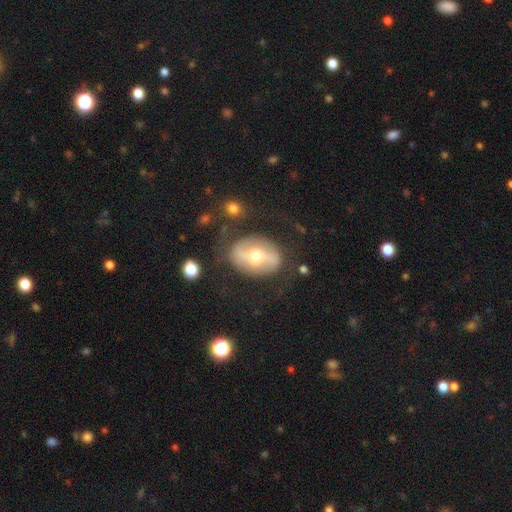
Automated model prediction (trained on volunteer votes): Smooth or featured: featured or disk — 69% (smooth — 25%)
Edge-on disk: no — 94% (yes — 6%)
Bar: strong — 45% (weak — 33%)
Spiral arms: yes — 65% (no — 35%)
Bulge size: moderate — 63% (small — 30%)
Merging: none — 71% (minor disturbance — 16%)